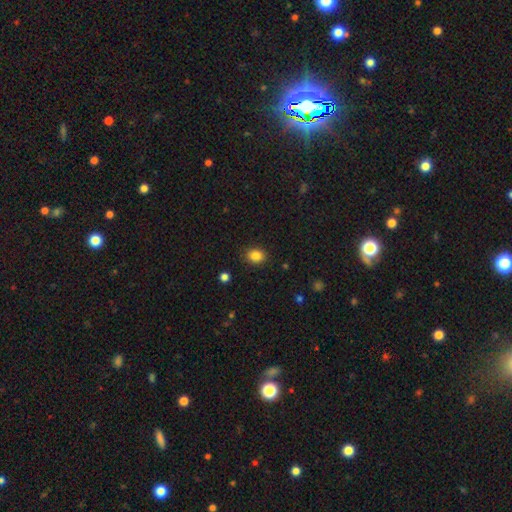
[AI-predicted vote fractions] Smooth or featured? Predicted: smooth (p=0.85). How rounded? Predicted: round (p=0.50). Merging? Predicted: none (p=0.87).